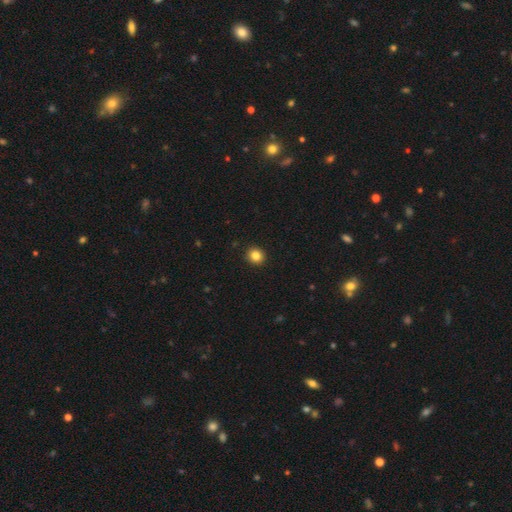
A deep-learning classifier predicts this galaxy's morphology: type=smooth (84%); roundness=round (87%); merging=none (93%).